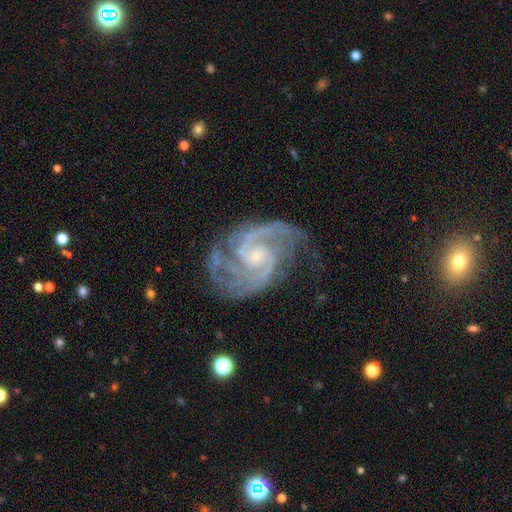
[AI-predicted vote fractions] Smooth or featured? Predicted: featured or disk (p=0.92). Edge-on disk? Predicted: no (p=0.98). Bar? Predicted: no (p=0.55). Spiral arms? Predicted: yes (p=0.98). Spiral winding? Predicted: medium (p=0.49). Spiral arm count? Predicted: 2 (p=0.49). Bulge size? Predicted: small (p=0.72). Merging? Predicted: none (p=0.65).